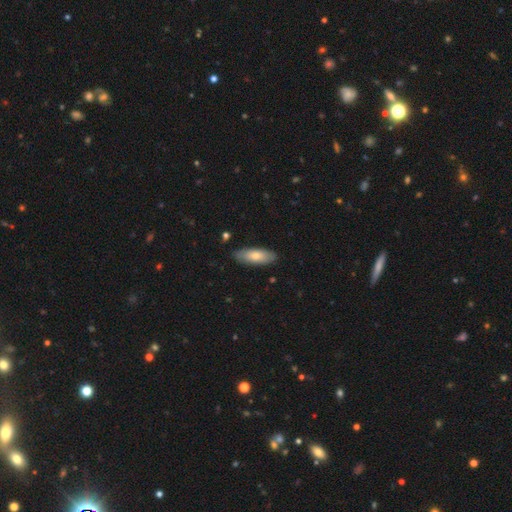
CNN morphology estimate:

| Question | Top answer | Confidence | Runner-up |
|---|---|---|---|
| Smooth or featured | smooth | 74% | featured or disk (21%) |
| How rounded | in between | 69% | cigar-shaped (29%) |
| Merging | none | 85% | minor disturbance (11%) |